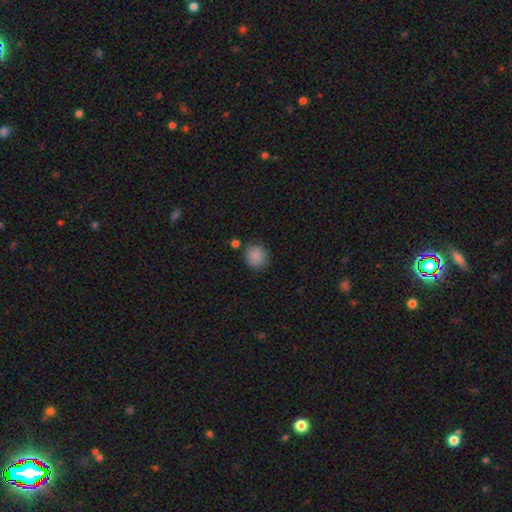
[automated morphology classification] Smooth or featured?
  - smooth: 87% *
  - star or artifact: 9%
  - featured or disk: 4%
How rounded?
  - round: 85% *
  - in between: 14%
  - cigar-shaped: 1%
Merging?
  - none: 82% *
  - minor disturbance: 10%
  - merger: 5%
  - major disturbance: 3%